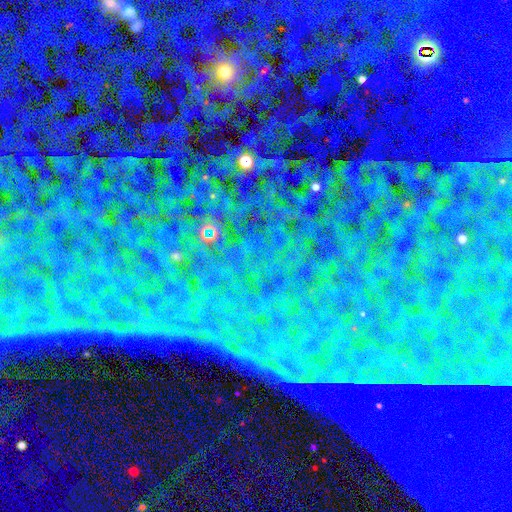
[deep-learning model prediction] A star or artifact, not a galaxy (87%).